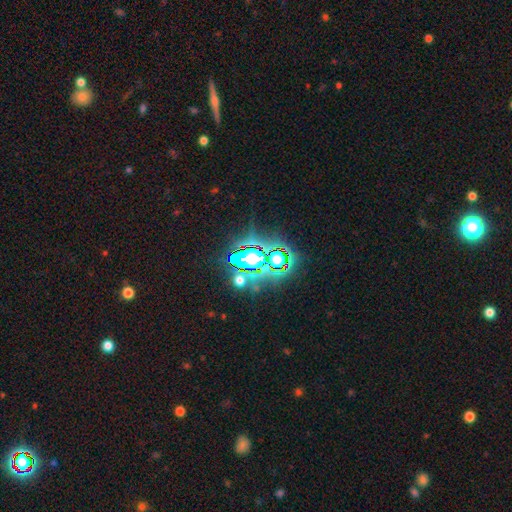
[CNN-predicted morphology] Smooth or featured?
  - star or artifact: 81% *
  - smooth: 10%
  - featured or disk: 9%